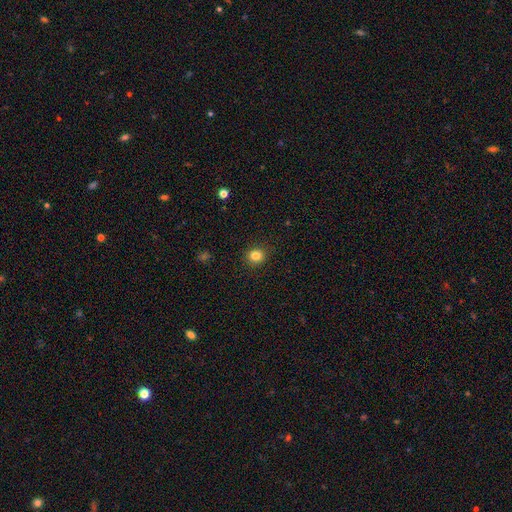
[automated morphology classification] Smooth or featured? Predicted: smooth (p=0.83). How rounded? Predicted: round (p=0.84). Merging? Predicted: none (p=0.91).